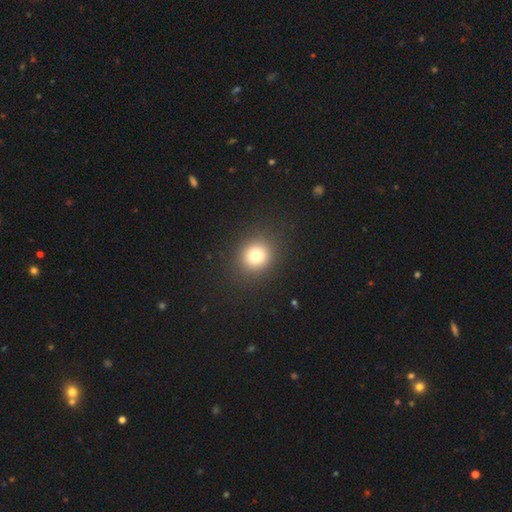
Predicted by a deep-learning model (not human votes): The model was most divided on "smooth or featured": smooth: 77%, star or artifact: 15%, featured or disk: 9%. More confident: merging — none (90%); how rounded — round (87%).